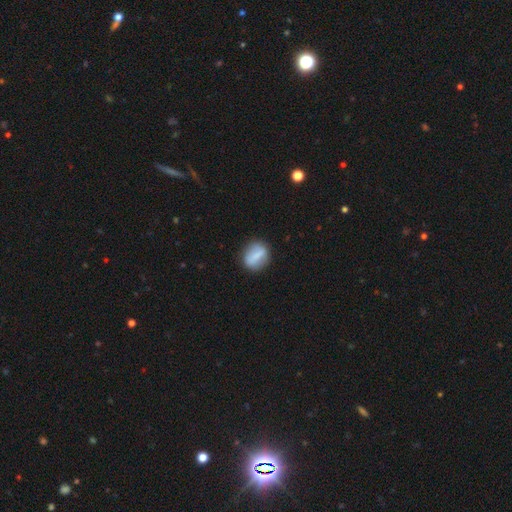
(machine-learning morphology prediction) Smooth or featured? Predicted: smooth (p=0.61). How rounded? Predicted: in between (p=0.48). Merging? Predicted: none (p=0.84).